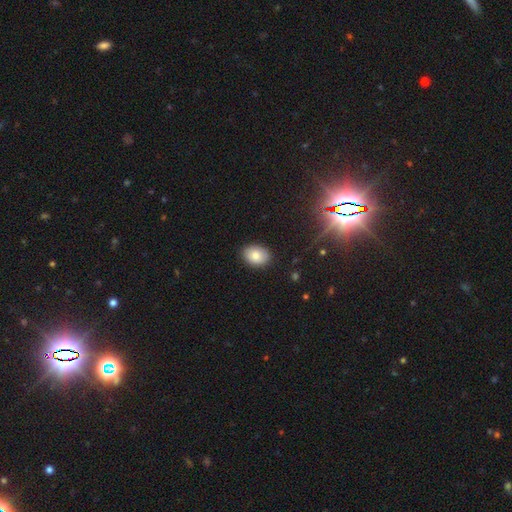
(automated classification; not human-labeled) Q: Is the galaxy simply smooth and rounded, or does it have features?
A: smooth — 83%.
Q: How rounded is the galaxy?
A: in between — 75%.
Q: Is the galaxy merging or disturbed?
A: none — 87%.